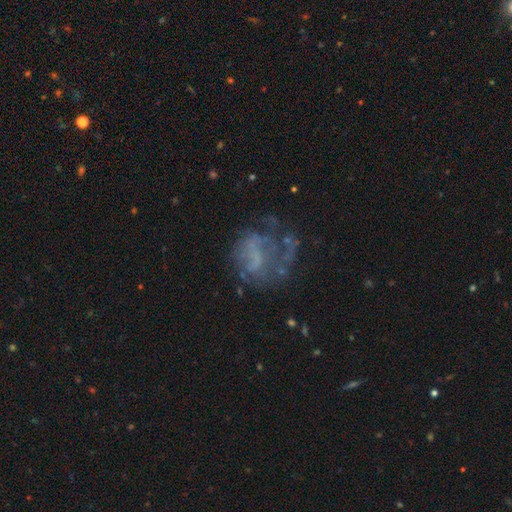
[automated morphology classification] Smooth or featured: featured or disk — 55% (smooth — 26%)
Edge-on disk: no — 98% (yes — 2%)
Bar: no — 74% (weak — 20%)
Spiral arms: no — 73% (yes — 27%)
Bulge size: none — 71% (small — 15%)
Merging: none — 38% (tied with major disturbance — 38%)